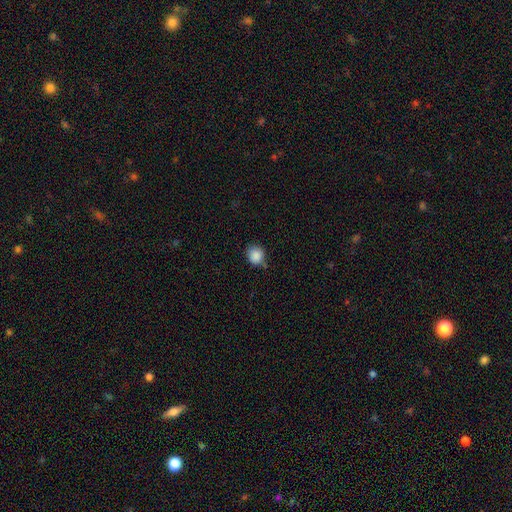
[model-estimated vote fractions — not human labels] Morphology: type=smooth (87%); roundness=round (82%); merging=none (72%).